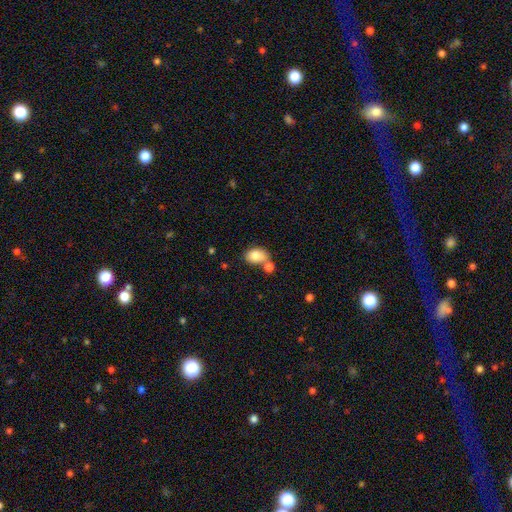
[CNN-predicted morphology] A smooth galaxy with no disk features (82%) that is in between round and cigar-shaped (78%). Merging: none (47%).